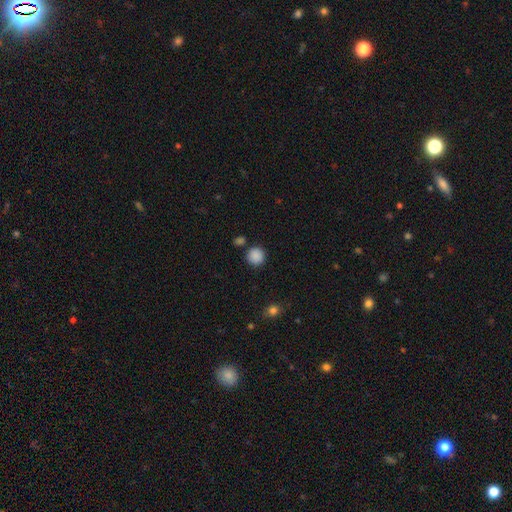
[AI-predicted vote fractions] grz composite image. It shows a smooth galaxy with no disk features (87%) that is round (93%). Merging: none (84%).